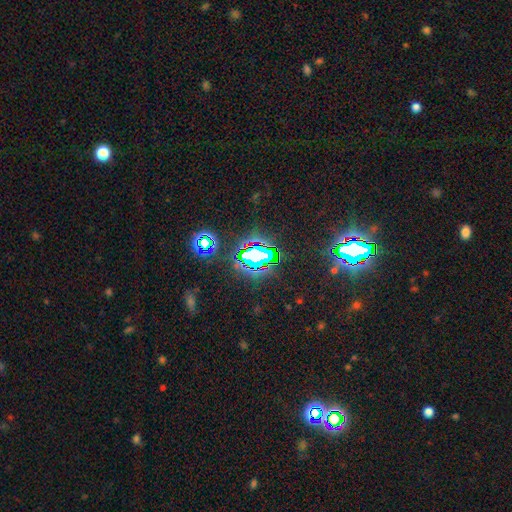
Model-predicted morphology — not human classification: Q: Smooth or featured?
A: star or artifact (73%); runner-up: smooth (15%)